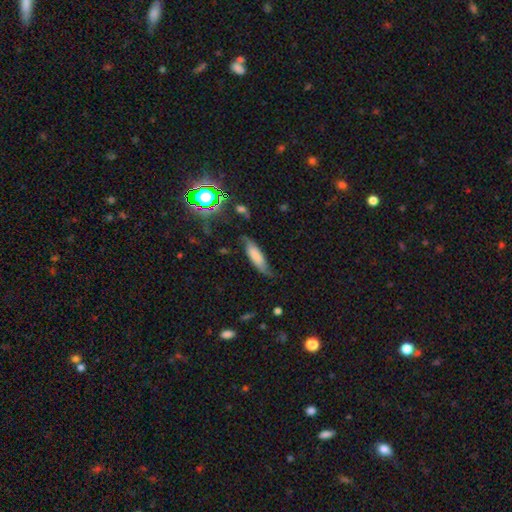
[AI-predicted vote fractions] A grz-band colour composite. It shows a smooth galaxy with no disk features (58%) that is cigar-shaped (49%). Merging: none (59%).